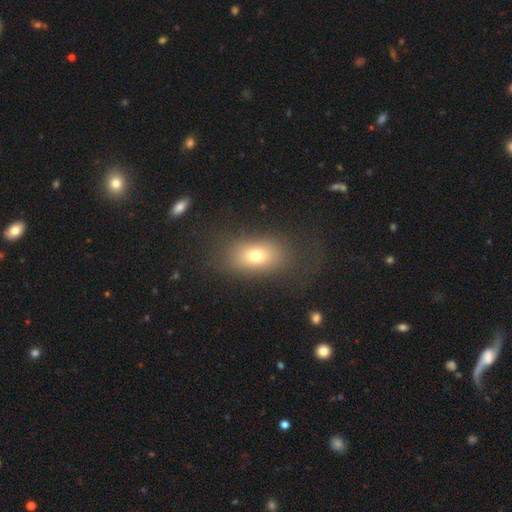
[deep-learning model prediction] smooth_or_featured: smooth (p=0.70) [alt: featured or disk p=0.17]
how_rounded: in between (p=0.77) [alt: round p=0.20]
merging: none (p=0.65) [alt: major disturbance p=0.17]